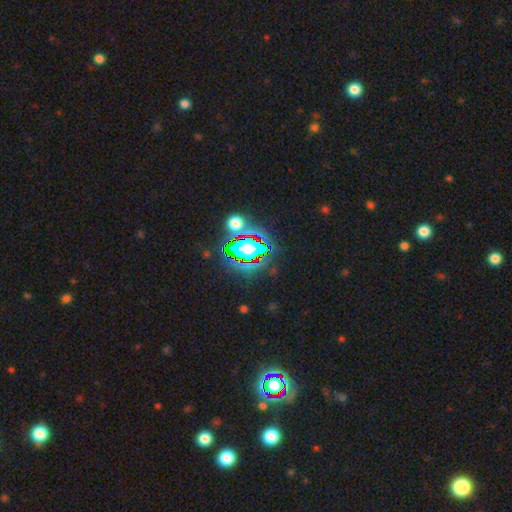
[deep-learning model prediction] Smooth or featured?
  - star or artifact: 81% *
  - smooth: 11%
  - featured or disk: 7%